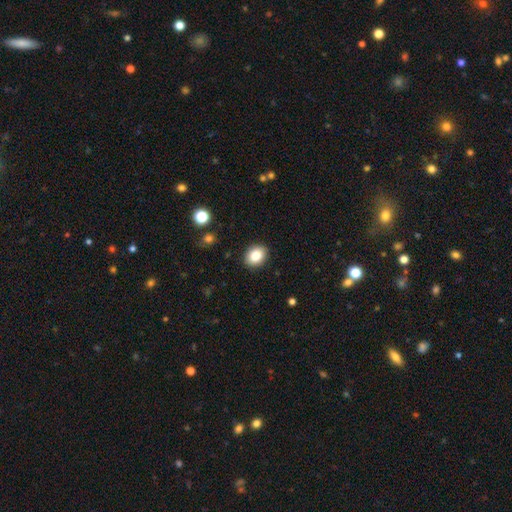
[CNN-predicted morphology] A smooth galaxy with no disk features (85%) that is in between round and cigar-shaped (60%).

Vote fractions:
- Smooth or featured? smooth: 85% / star or artifact: 9% / featured or disk: 7%
- How rounded? in between: 60% / round: 39% / cigar-shaped: 1%
- Merging? none: 90% / minor disturbance: 7% / major disturbance: 2% / merger: 1%